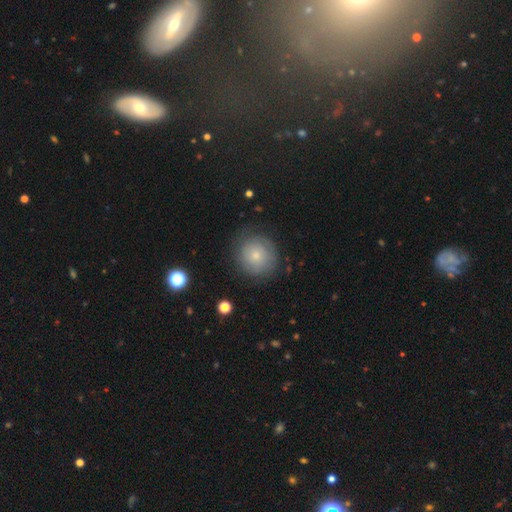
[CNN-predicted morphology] smooth_or_featured: smooth (p=0.71) [alt: featured or disk p=0.20]
how_rounded: round (p=0.91) [alt: in between p=0.09]
merging: none (p=0.79) [alt: minor disturbance p=0.15]